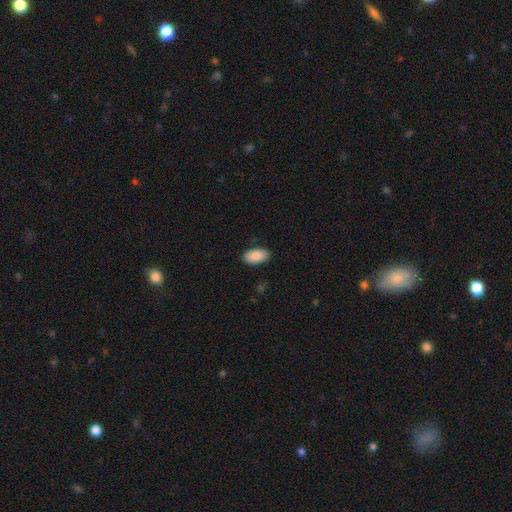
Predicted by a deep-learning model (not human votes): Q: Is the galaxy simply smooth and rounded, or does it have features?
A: smooth — 89%.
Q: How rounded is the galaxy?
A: in between — 95%.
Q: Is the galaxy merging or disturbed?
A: none — 87%.